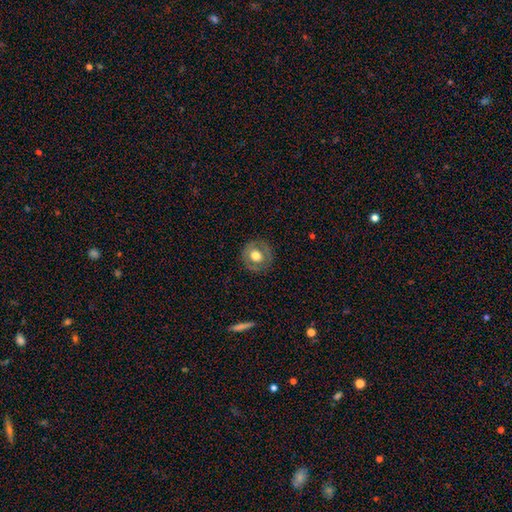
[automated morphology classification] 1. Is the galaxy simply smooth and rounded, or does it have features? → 59% smooth, 33% featured or disk, 8% star or artifact.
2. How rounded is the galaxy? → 90% round, 9% in between, 1% cigar-shaped.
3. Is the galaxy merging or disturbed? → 86% none, 10% minor disturbance, 3% major disturbance, 1% merger.